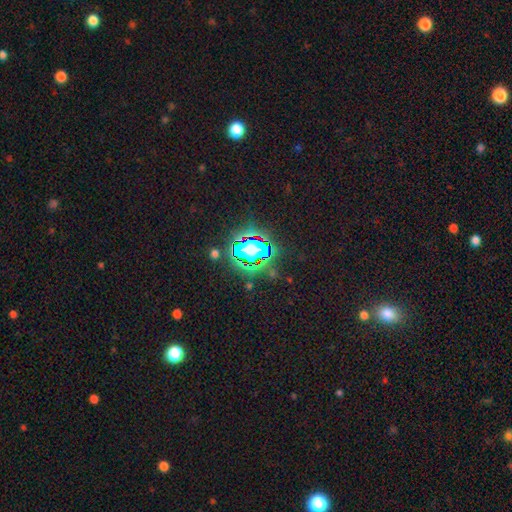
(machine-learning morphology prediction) This is clearly a star or artifact rather than a galaxy (82%).